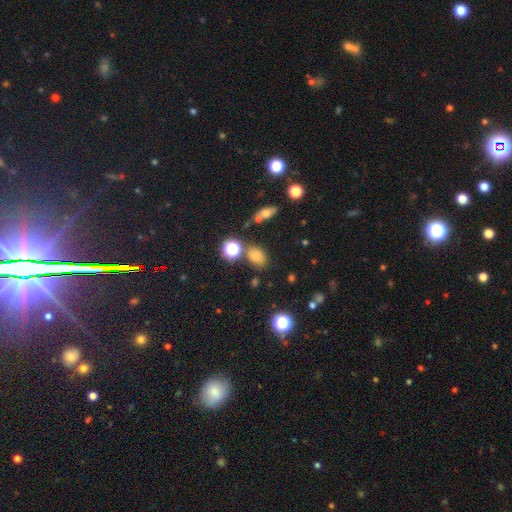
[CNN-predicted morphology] Q: Smooth or featured?
A: smooth (70%); runner-up: star or artifact (21%)
Q: How rounded?
A: in between (73%); runner-up: round (25%)
Q: Merging?
A: none (74%); runner-up: minor disturbance (13%)